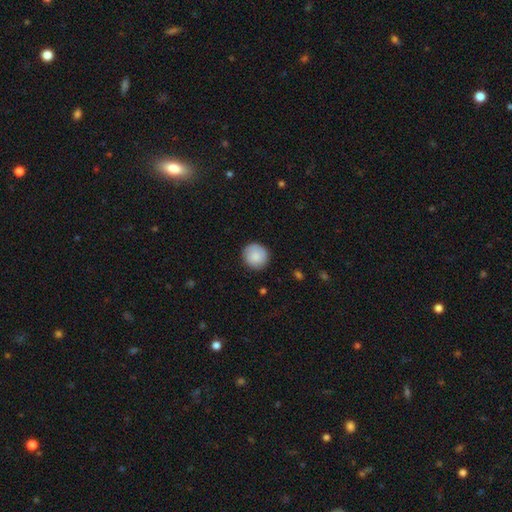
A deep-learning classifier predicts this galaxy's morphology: This appears to be a smooth galaxy with no disk features (87%) that is round (93%). Merging: none (88%).